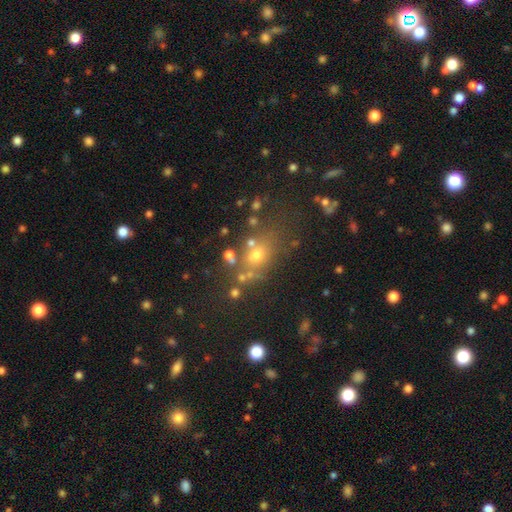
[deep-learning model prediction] Smooth or featured?
  - smooth: 51% *
  - star or artifact: 31%
  - featured or disk: 18%
How rounded?
  - round: 56% *
  - in between: 40%
  - cigar-shaped: 4%
Merging?
  - none: 60% *
  - merger: 17%
  - minor disturbance: 14%
  - major disturbance: 8%